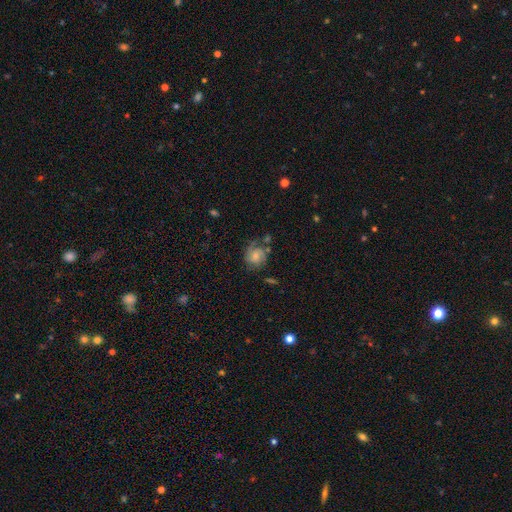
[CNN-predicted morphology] featured or disk 53%, smooth 38%, star or artifact 10%. Down the decision tree: edge-on disk — no (97%); bar — no (69%); spiral arms — yes (83%); bulge size — small (45%); merging — none (57%).